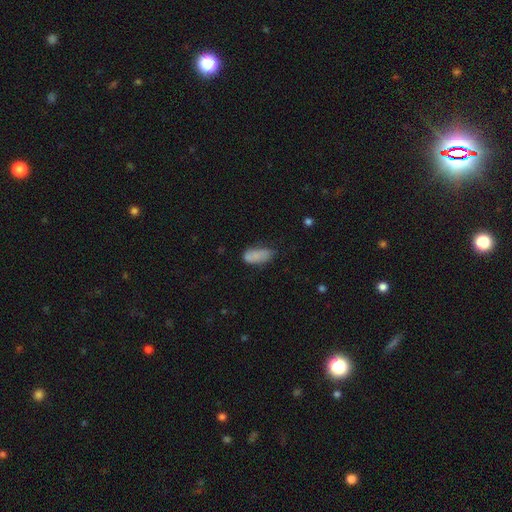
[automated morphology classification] Smooth or featured: smooth — 78% (featured or disk — 13%)
How rounded: in between — 88% (cigar-shaped — 8%)
Merging: none — 46% (minor disturbance — 33%)